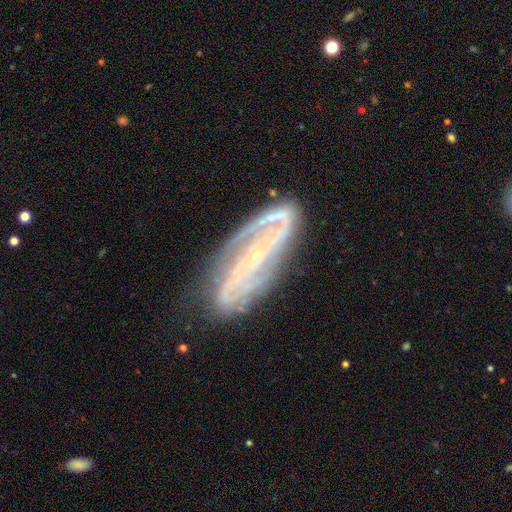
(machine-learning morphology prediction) This is clearly a featured or disk galaxy (84%). It is clearly not viewed edge-on (89%). Bar: marginally no (39%). Spiral arm pattern: clearly yes (94%). Spiral arm count: likely 2 (71%). Spiral winding: marginally medium (42%). Central bulge: clearly small (82%). Merging: likely none (74%).